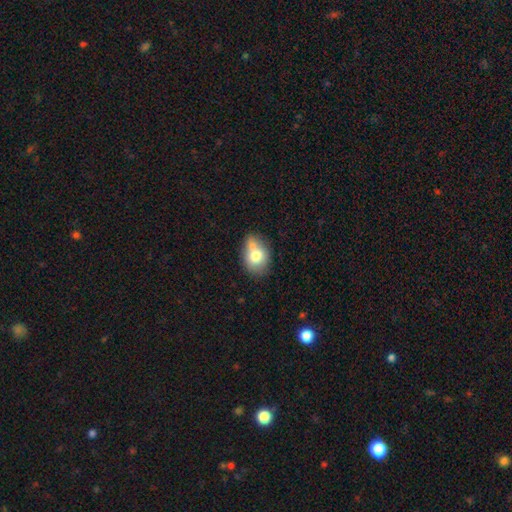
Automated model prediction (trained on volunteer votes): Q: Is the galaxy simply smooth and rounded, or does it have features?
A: smooth — 73%.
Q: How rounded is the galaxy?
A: in between — 62%.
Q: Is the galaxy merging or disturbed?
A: none — 44%.